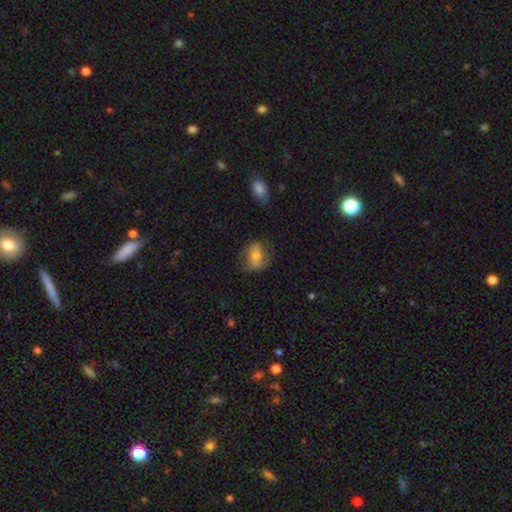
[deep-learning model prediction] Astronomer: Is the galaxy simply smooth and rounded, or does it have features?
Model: smooth — 50% (runner-up: featured or disk, 42%).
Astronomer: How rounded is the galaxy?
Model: in between — 69%.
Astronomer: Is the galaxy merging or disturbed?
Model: none — 66%.